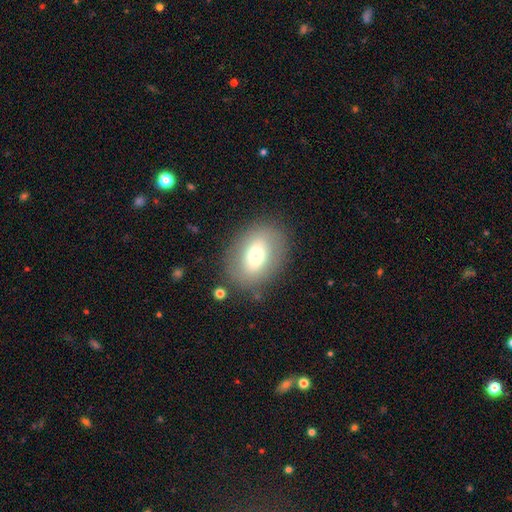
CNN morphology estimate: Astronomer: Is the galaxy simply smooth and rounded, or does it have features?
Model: smooth — 61%.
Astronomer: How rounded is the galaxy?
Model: in between — 69%.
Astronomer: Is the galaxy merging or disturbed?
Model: none — 81%.